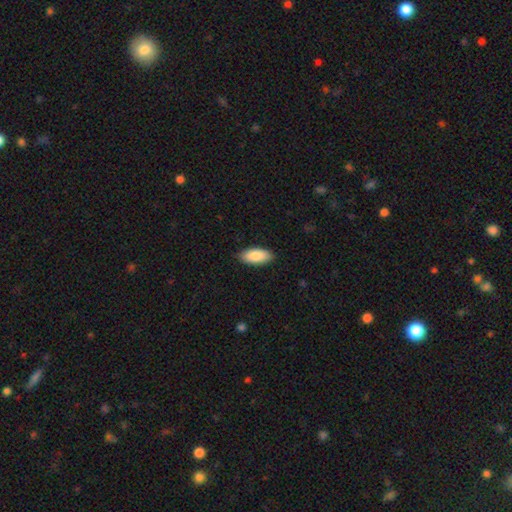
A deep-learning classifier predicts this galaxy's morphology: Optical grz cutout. It shows a smooth galaxy with no disk features (88%) that is in between round and cigar-shaped (88%). Merging: none (87%).